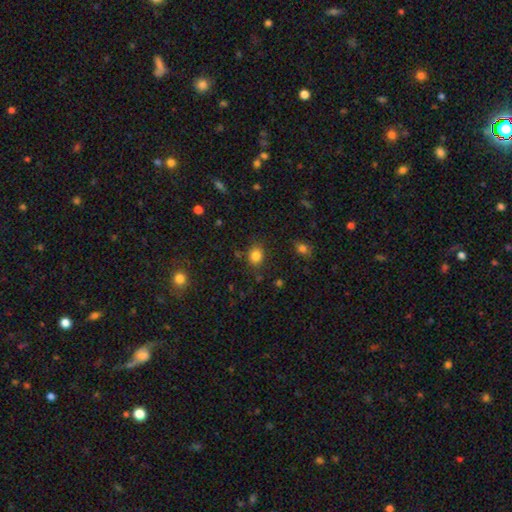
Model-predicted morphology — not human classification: type=smooth (82%); roundness=round (63%); merging=none (80%).